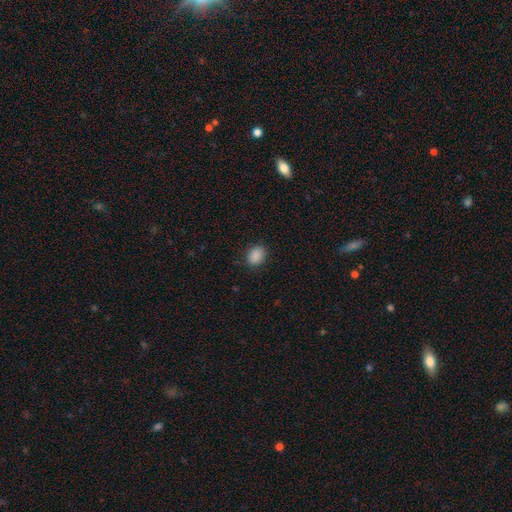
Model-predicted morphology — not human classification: type=smooth (89%); roundness=in between (60%); merging=none (86%).